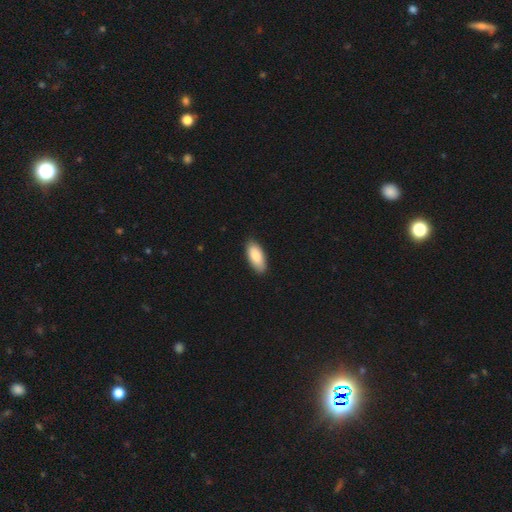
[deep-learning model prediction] Morphology: type=smooth (86%); roundness=in between (88%); merging=none (85%).